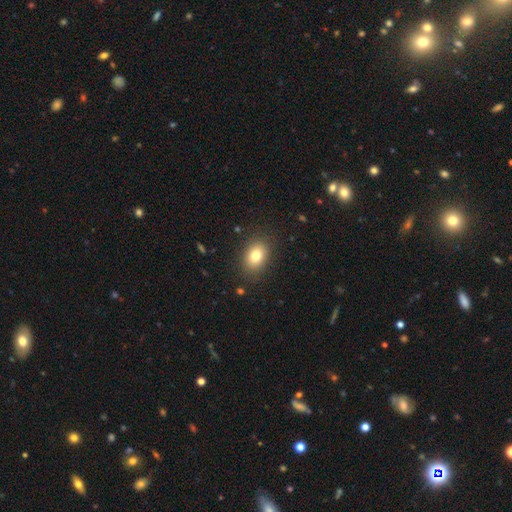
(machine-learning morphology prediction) smooth_or_featured: smooth (p=0.81) [alt: star or artifact p=0.10]
how_rounded: in between (p=0.75) [alt: round p=0.23]
merging: none (p=0.86) [alt: minor disturbance p=0.10]